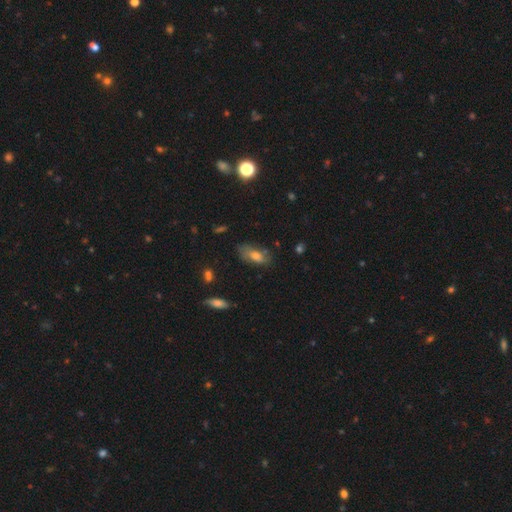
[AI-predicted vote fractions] smooth 67%, featured or disk 22%, star or artifact 11%. Down the decision tree: how rounded — in between (84%); merging — none (64%).